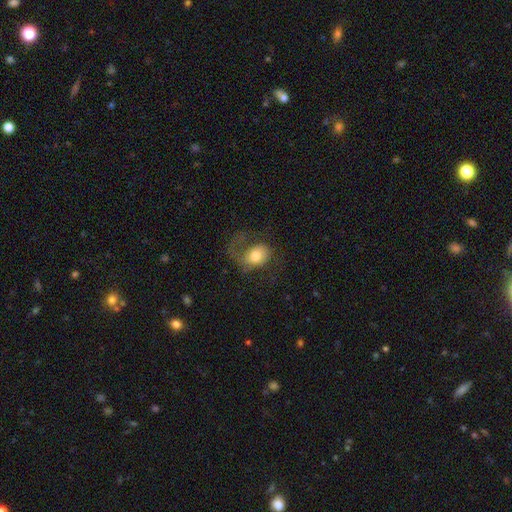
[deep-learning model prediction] Smooth or featured: smooth — 53% (featured or disk — 38%)
How rounded: in between — 57% (round — 41%)
Merging: major disturbance — 48% (none — 31%)